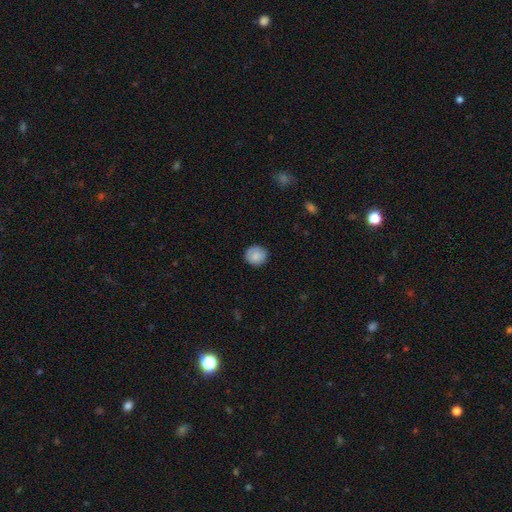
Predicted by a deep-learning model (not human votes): This is clearly a smooth galaxy (87%). How rounded: clearly round (90%). Merging: clearly none (87%).